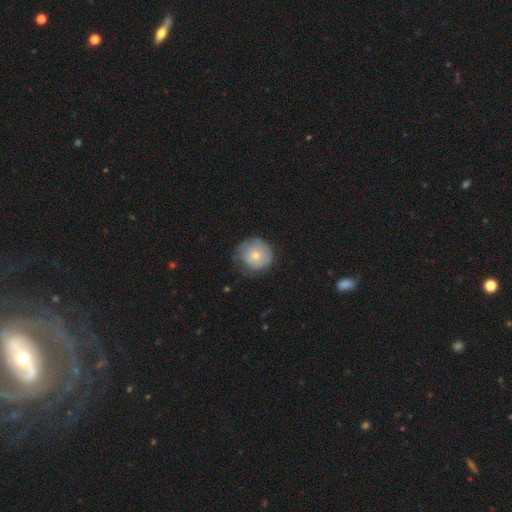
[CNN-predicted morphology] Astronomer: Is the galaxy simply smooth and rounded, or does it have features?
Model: smooth — 70%.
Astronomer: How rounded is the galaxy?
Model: round — 92%.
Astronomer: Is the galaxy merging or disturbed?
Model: none — 62%.